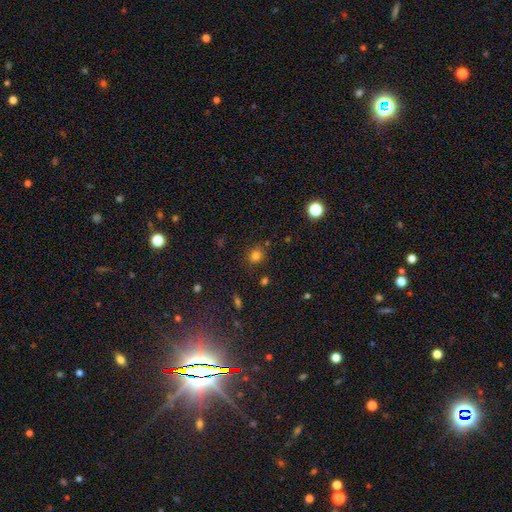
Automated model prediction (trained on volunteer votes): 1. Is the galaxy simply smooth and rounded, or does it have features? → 78% smooth, 16% star or artifact, 6% featured or disk.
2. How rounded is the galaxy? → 78% round, 21% in between, 1% cigar-shaped.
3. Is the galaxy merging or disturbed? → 82% none, 11% minor disturbance, 3% merger, 3% major disturbance.